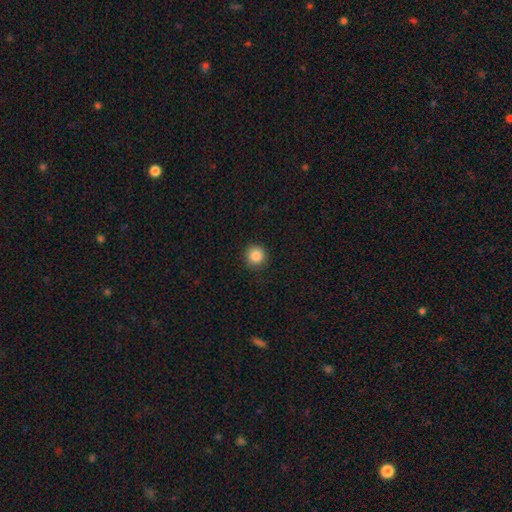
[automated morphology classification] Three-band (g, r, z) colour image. It shows a smooth galaxy with no disk features (87%) that is round (95%). Merging: none (90%).